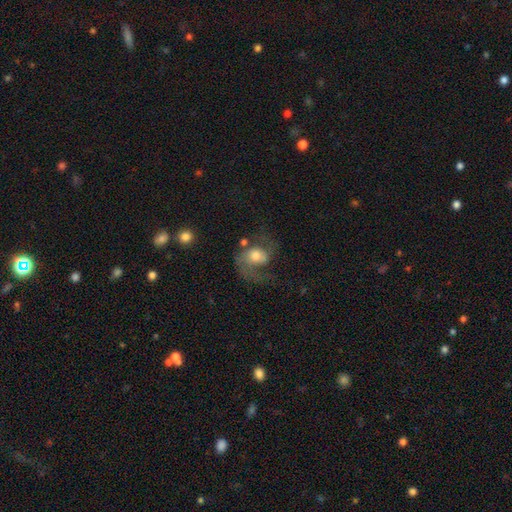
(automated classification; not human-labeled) smooth_or_featured: featured or disk (p=0.61) [alt: smooth p=0.30]
disk_edge_on: no (p=0.97) [alt: yes p=0.03]
bar: no (p=0.68) [alt: weak p=0.27]
has_spiral_arms: yes (p=0.84) [alt: no p=0.16]
bulge_size: moderate (p=0.61) [alt: large p=0.17]
merging: major disturbance (p=0.42) [alt: none p=0.34]